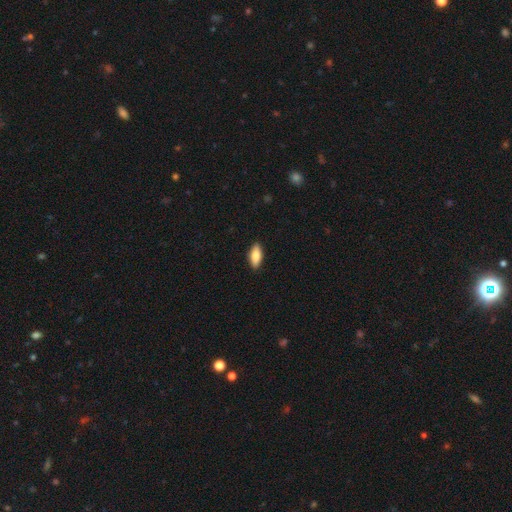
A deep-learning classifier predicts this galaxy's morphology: Overall: smooth (81%). How rounded: in between (82%). Merging: none (89%).